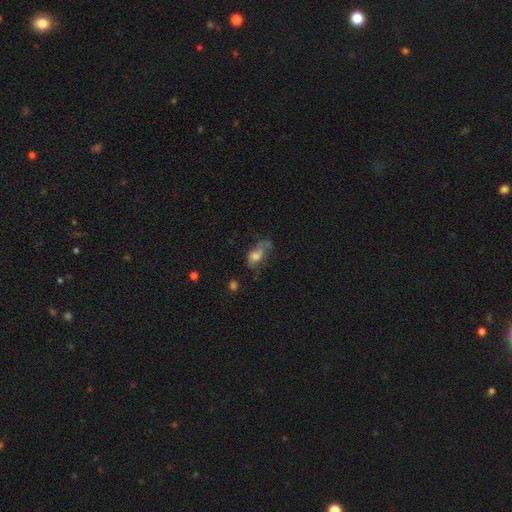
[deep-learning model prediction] smooth_or_featured: smooth (p=0.56) [alt: featured or disk p=0.31]
how_rounded: in between (p=0.82) [alt: round p=0.15]
merging: major disturbance (p=0.34) [alt: none p=0.31]